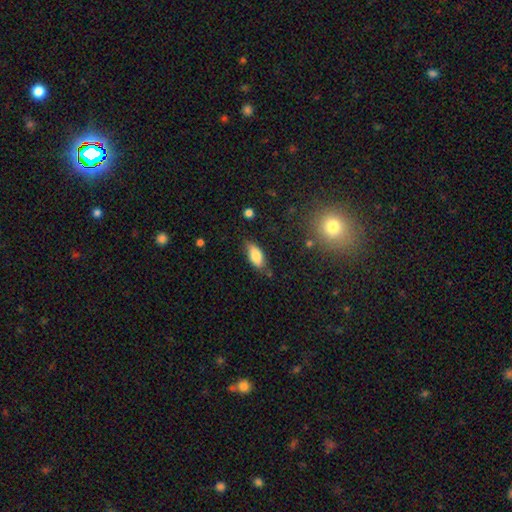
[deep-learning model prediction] Smooth or featured? smooth (80%)
How rounded? in between (84%)
Merging? none (68%)